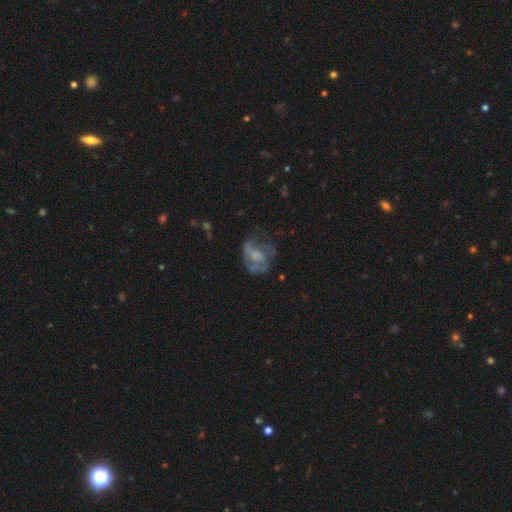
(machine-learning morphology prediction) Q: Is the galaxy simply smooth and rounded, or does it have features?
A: featured or disk — 56%.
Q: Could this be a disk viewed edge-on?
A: no — 97%.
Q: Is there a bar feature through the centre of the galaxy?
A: no — 68%.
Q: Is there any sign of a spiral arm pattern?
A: no — 64%.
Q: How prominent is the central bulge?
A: none — 43%.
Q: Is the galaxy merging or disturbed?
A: none — 38%.